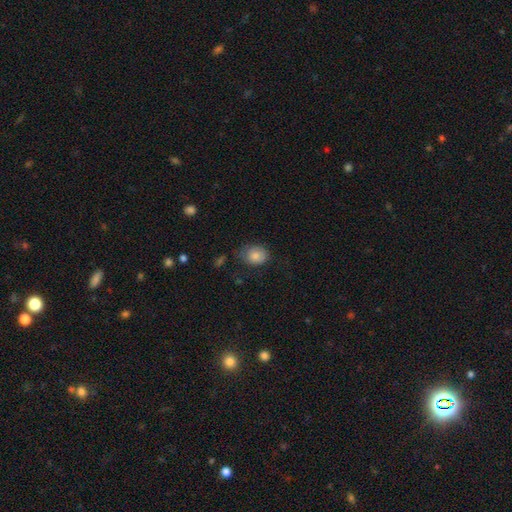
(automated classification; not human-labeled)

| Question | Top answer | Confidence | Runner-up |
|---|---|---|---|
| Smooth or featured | smooth | 84% | featured or disk (9%) |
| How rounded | in between | 55% | round (44%) |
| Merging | none | 60% | minor disturbance (29%) |